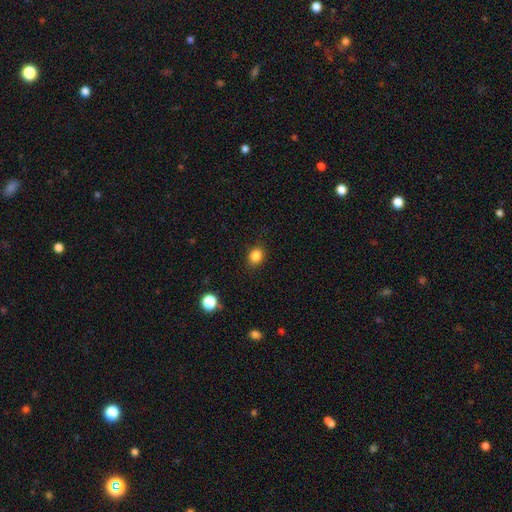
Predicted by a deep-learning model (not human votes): smooth_or_featured: smooth (p=0.85) [alt: star or artifact p=0.11]
how_rounded: round (p=0.57) [alt: in between p=0.42]
merging: none (p=0.88) [alt: minor disturbance p=0.09]